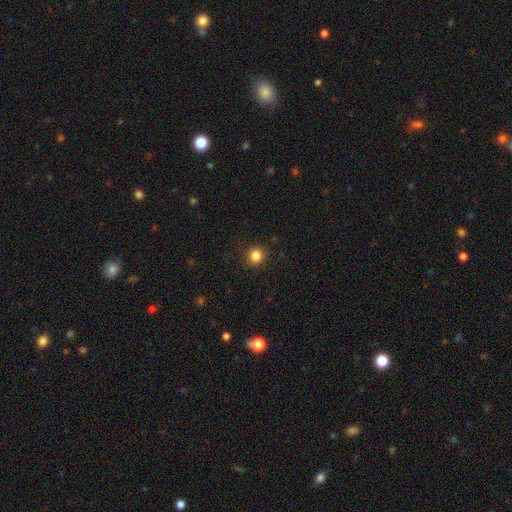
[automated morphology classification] This is clearly a smooth galaxy (84%). How rounded: clearly round (87%). Merging: clearly none (88%).